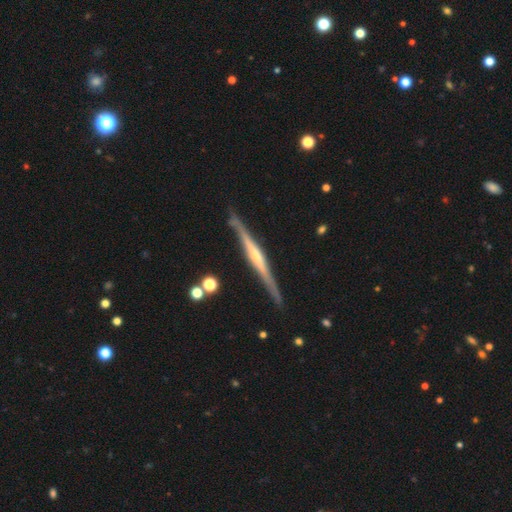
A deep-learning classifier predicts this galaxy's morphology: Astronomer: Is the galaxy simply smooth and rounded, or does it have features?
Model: featured or disk — 80%.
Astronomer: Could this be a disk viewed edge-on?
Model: yes — 98%.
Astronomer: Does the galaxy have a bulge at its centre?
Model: rounded — 68%.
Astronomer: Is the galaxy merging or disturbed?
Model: none — 85%.